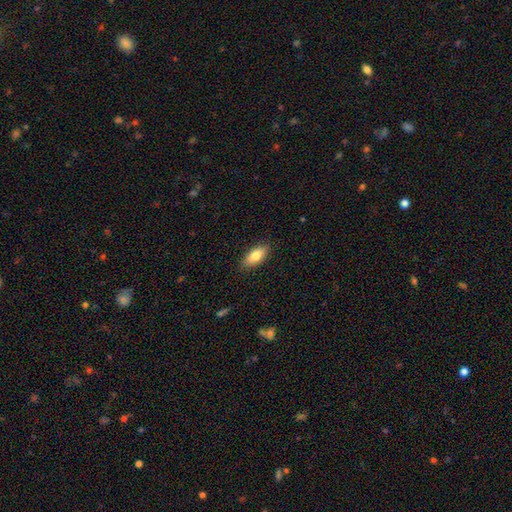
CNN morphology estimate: This is likely a smooth galaxy (78%). How rounded: clearly in between (82%). Merging: clearly none (87%).